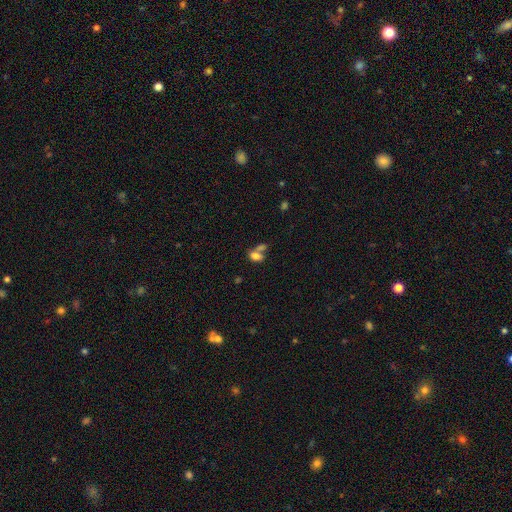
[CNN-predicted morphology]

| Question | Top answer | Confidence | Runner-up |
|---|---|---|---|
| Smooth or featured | smooth | 76% | featured or disk (13%) |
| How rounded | in between | 82% | round (16%) |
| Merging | merger | 51% | none (33%) |